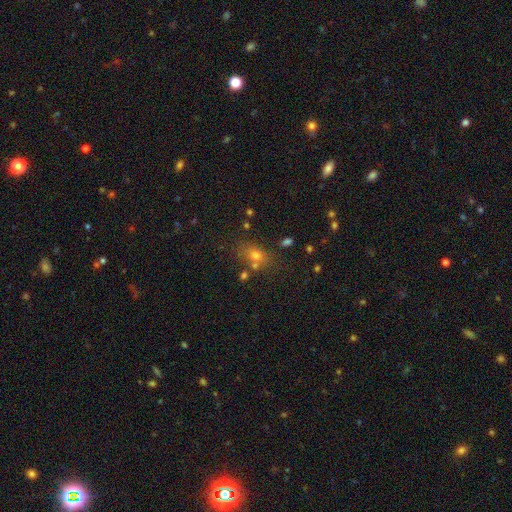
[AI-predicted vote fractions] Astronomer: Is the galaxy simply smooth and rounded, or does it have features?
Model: smooth — 61%.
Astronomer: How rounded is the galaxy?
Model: in between — 56% (runner-up: round, 40%).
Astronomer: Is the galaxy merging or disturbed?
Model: none — 65%.